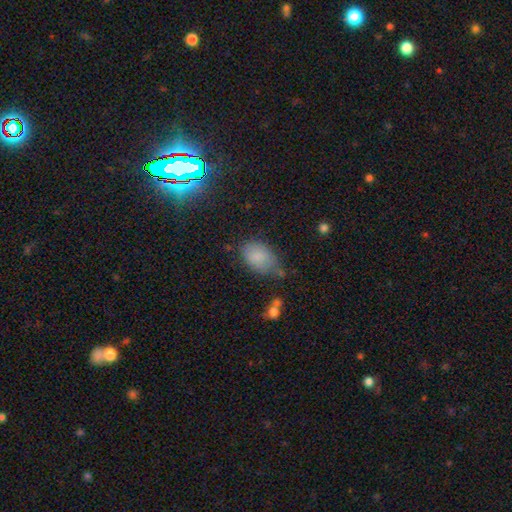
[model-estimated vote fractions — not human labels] The model was most divided on "merging": none: 56%, minor disturbance: 31%, major disturbance: 8%, merger: 4%. More confident: how rounded — in between (86%); smooth or featured — smooth (73%).